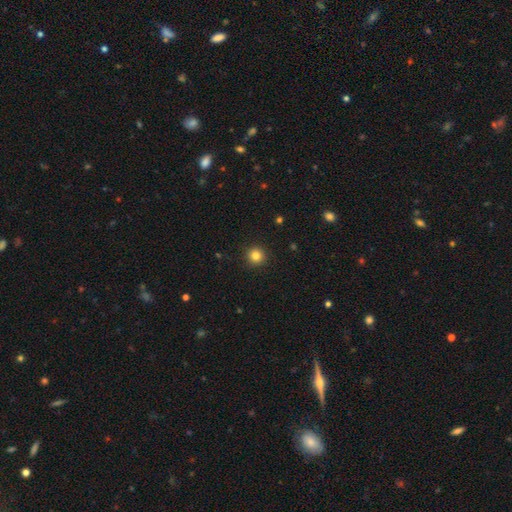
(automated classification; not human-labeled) This appears to be a smooth galaxy with no disk features (82%) that is round (95%). Merging: none (93%).